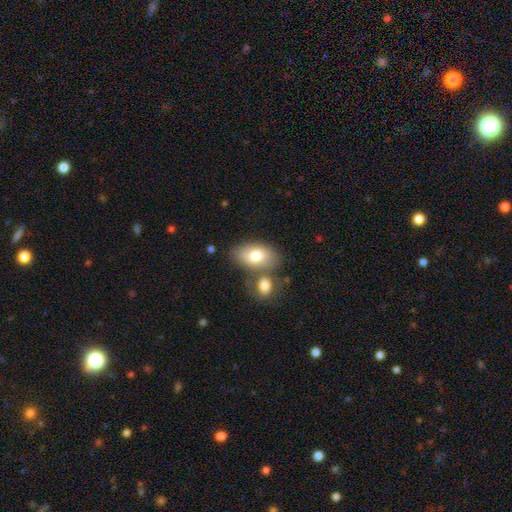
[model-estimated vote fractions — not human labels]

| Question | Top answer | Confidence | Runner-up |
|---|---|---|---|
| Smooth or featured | smooth | 75% | featured or disk (18%) |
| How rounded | in between | 92% | round (7%) |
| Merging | none | 52% | merger (30%) |